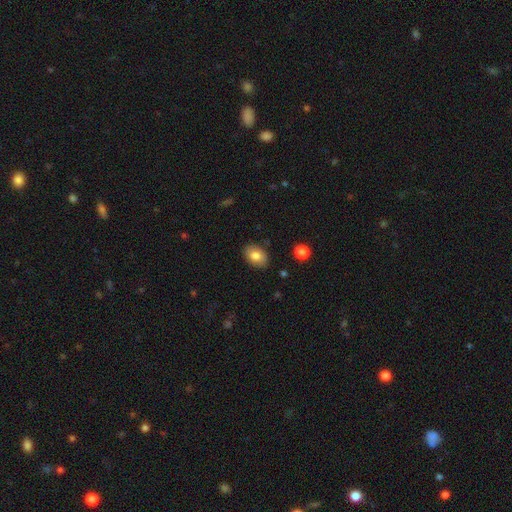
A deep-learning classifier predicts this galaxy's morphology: A smooth galaxy with no disk features (81%) that is in between round and cigar-shaped (84%).

Vote fractions:
- Smooth or featured? smooth: 81% / featured or disk: 12% / star or artifact: 8%
- How rounded? in between: 84% / round: 15% / cigar-shaped: 1%
- Merging? none: 86% / minor disturbance: 11% / major disturbance: 2% / merger: 1%